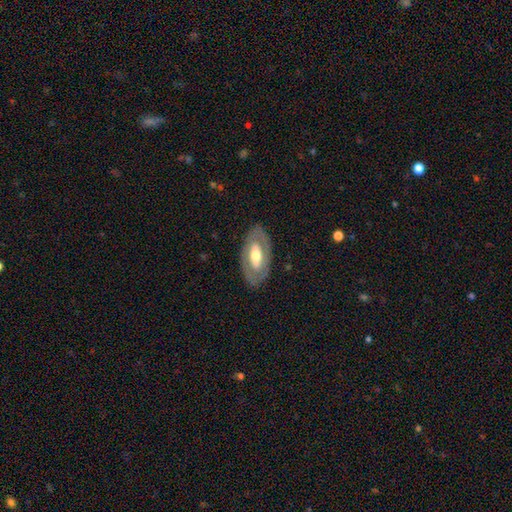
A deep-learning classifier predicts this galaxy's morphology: This appears to be a featured or disk galaxy (59%) with no bar (57%), no spiral arms (77%) and a moderate central bulge (64%). Merging: none (82%).